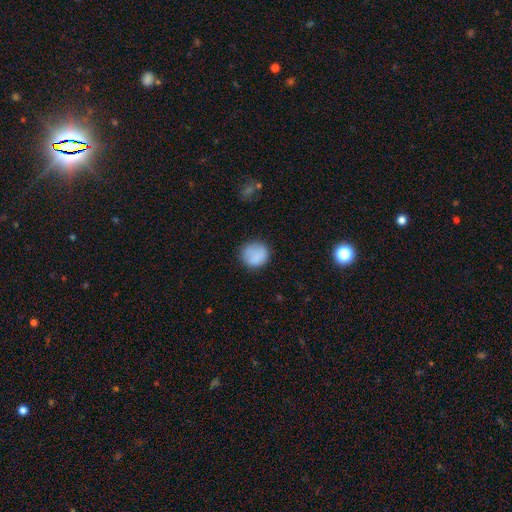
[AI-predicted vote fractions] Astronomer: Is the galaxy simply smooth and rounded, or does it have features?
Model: smooth — 85%.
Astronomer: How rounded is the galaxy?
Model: round — 87%.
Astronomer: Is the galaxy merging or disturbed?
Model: none — 79%.